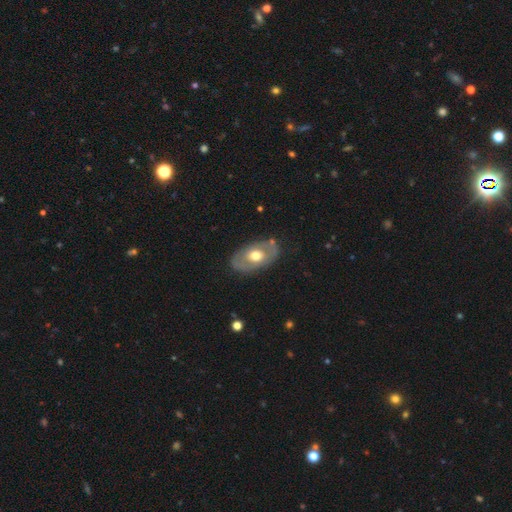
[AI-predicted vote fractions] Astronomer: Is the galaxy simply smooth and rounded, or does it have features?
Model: featured or disk — 51% (runner-up: smooth, 43%).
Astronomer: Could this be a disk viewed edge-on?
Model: no — 89%.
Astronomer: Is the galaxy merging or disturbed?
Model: none — 78%.